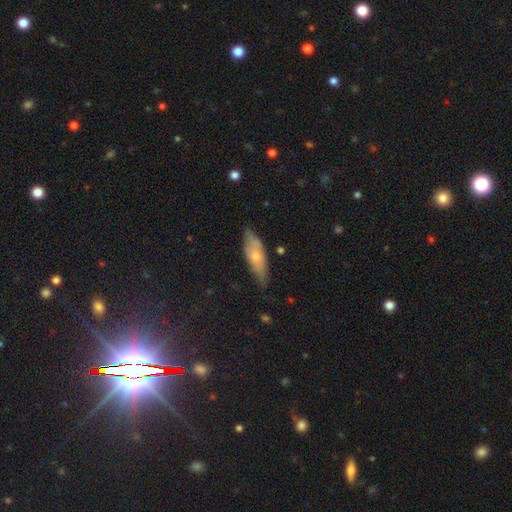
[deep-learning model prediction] Smooth or featured? Predicted: smooth (p=0.56). How rounded? Predicted: in between (p=0.57). Merging? Predicted: none (p=0.67).